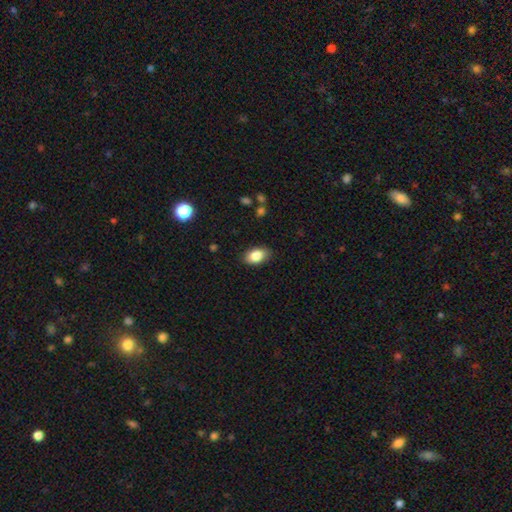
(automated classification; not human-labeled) This appears to be a smooth galaxy with no disk features (86%) that is in between round and cigar-shaped (90%). Merging: none (87%).